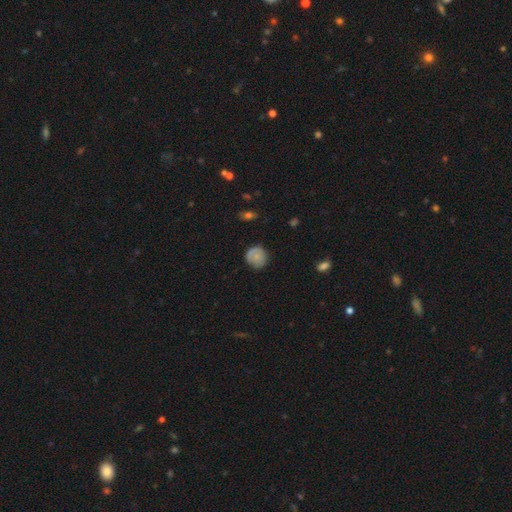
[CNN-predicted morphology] Smooth or featured: smooth — 69% (featured or disk — 23%)
How rounded: round — 88% (in between — 11%)
Merging: none — 77% (minor disturbance — 17%)